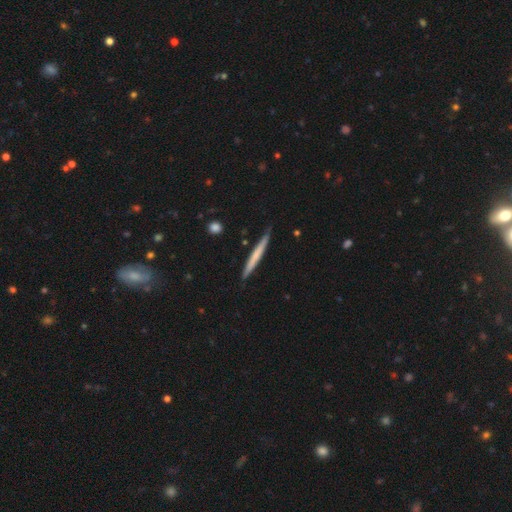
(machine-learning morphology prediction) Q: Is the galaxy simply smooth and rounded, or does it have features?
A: smooth — 56%.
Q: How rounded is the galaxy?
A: cigar-shaped — 97%.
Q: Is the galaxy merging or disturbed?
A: none — 86%.